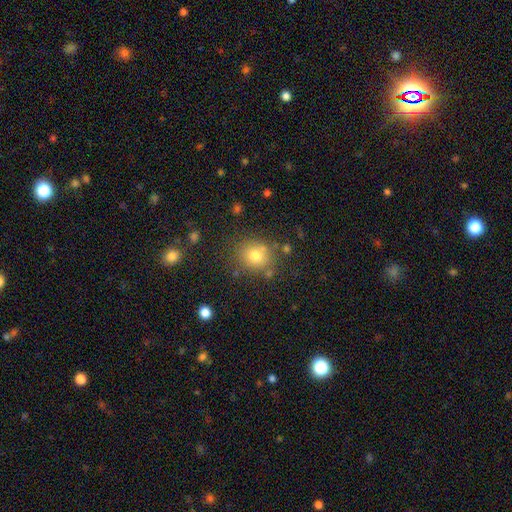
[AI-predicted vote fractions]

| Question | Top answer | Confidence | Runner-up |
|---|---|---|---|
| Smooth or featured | smooth | 76% | star or artifact (14%) |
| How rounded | round | 81% | in between (18%) |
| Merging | none | 76% | minor disturbance (12%) |